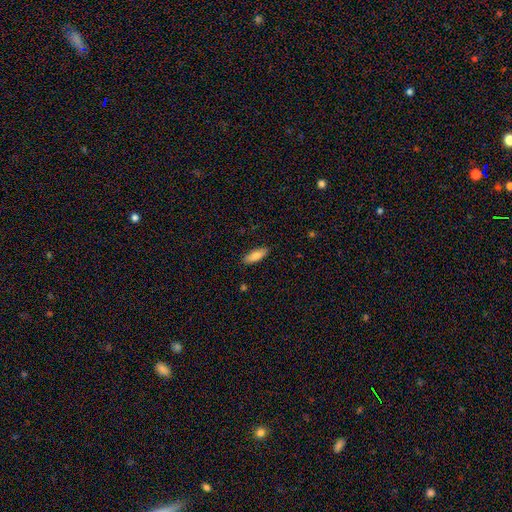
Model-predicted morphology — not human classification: Smooth or featured?
  - smooth: 81% *
  - featured or disk: 13%
  - star or artifact: 6%
How rounded?
  - in between: 61% *
  - cigar-shaped: 37%
  - round: 2%
Merging?
  - none: 88% *
  - minor disturbance: 9%
  - major disturbance: 2%
  - merger: 1%